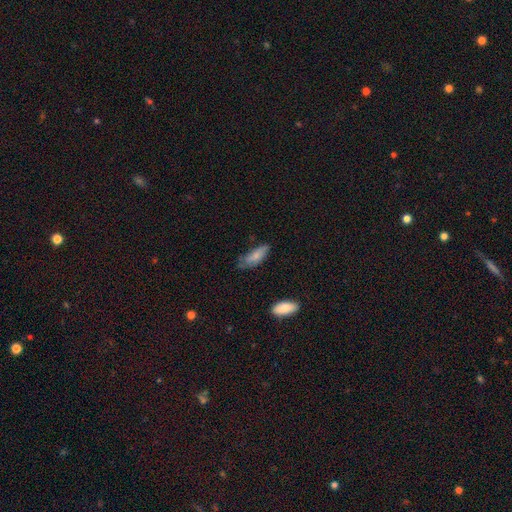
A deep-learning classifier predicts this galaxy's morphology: Smooth or featured?
  - smooth: 78% *
  - featured or disk: 15%
  - star or artifact: 7%
How rounded?
  - in between: 70% *
  - cigar-shaped: 28%
  - round: 2%
Merging?
  - none: 52% *
  - minor disturbance: 36%
  - major disturbance: 9%
  - merger: 3%